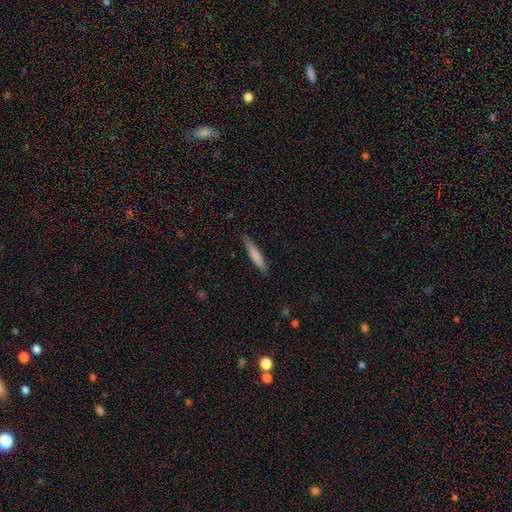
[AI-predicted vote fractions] Smooth or featured? Predicted: smooth (p=0.74). How rounded? Predicted: cigar-shaped (p=0.92). Merging? Predicted: none (p=0.86).